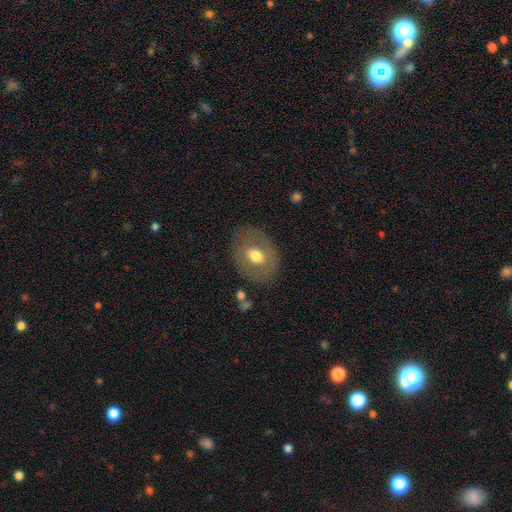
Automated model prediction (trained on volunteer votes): smooth 56%, featured or disk 37%, star or artifact 7%. Down the decision tree: how rounded — in between (63%); merging — none (81%).